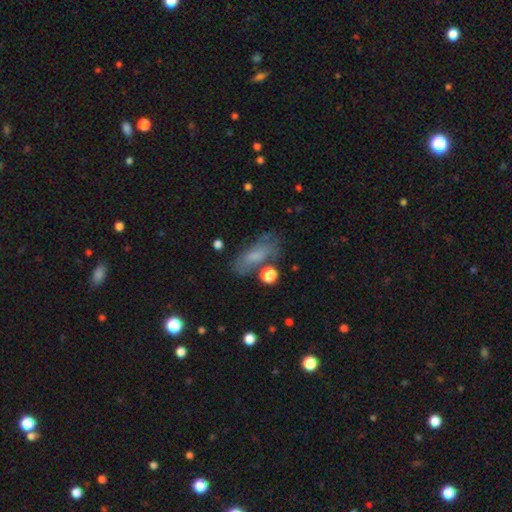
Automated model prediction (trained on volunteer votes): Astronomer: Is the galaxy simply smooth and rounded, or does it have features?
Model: smooth — 63%.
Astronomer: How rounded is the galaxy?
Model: in between — 75%.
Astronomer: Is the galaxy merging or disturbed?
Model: none — 63%.